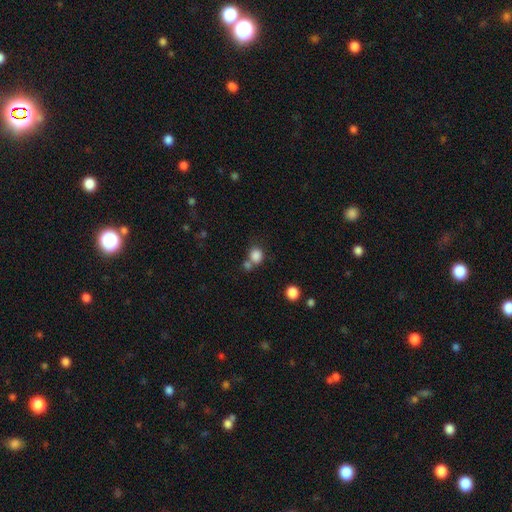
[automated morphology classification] This is clearly a smooth galaxy (84%). How rounded: likely round (76%). Merging: possibly none (52%).